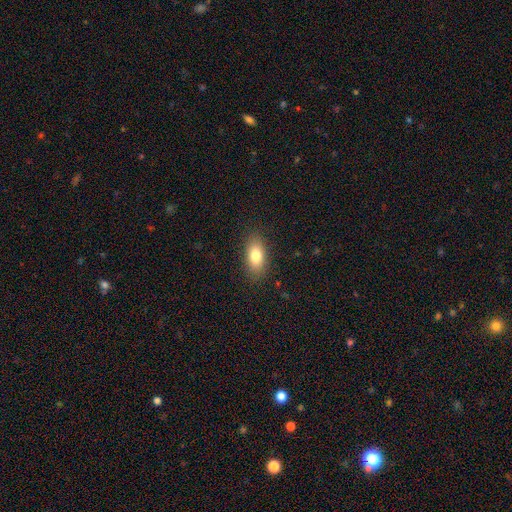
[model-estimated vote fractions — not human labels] The model was most divided on "smooth or featured": smooth: 80%, featured or disk: 12%, star or artifact: 8%. More confident: how rounded — in between (87%); merging — none (87%).